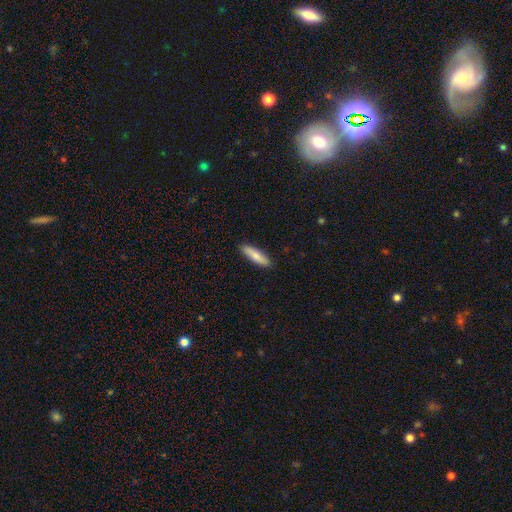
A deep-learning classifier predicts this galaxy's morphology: smooth_or_featured: smooth (p=0.79) [alt: featured or disk p=0.15]
how_rounded: cigar-shaped (p=0.70) [alt: in between p=0.29]
merging: none (p=0.90) [alt: minor disturbance p=0.08]